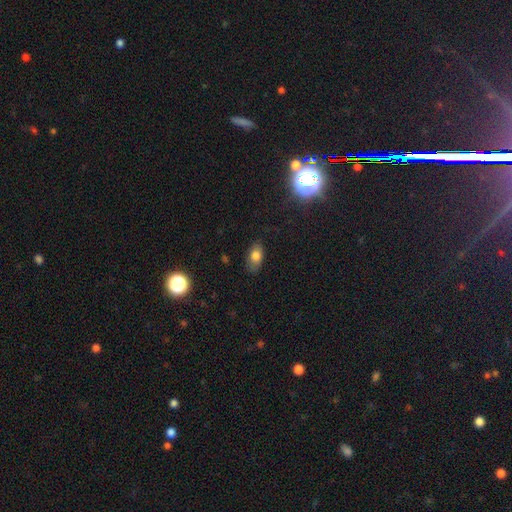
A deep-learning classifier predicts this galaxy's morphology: Smooth or featured?
  - smooth: 76% *
  - featured or disk: 12%
  - star or artifact: 11%
How rounded?
  - in between: 88% *
  - round: 9%
  - cigar-shaped: 4%
Merging?
  - none: 78% *
  - minor disturbance: 17%
  - major disturbance: 4%
  - merger: 1%